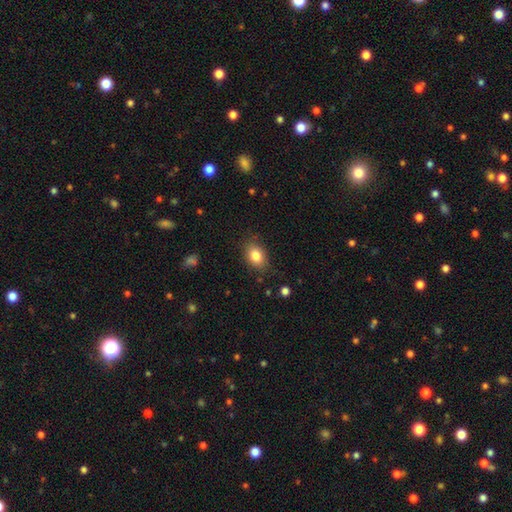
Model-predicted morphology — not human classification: type=smooth (83%); roundness=in between (73%); merging=none (81%).